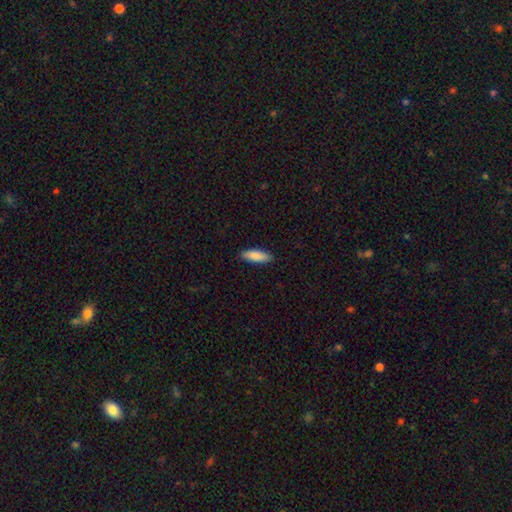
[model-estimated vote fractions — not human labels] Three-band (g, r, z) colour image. It shows a smooth galaxy with no disk features (87%) that is in between round and cigar-shaped (55%). Merging: none (88%).